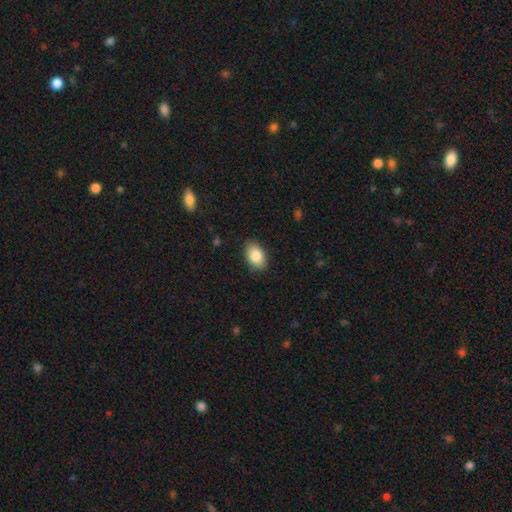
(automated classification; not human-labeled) The model was most divided on "merging": none: 86%, minor disturbance: 11%, major disturbance: 2%, merger: 1%. More confident: how rounded — in between (91%); smooth or featured — smooth (87%).